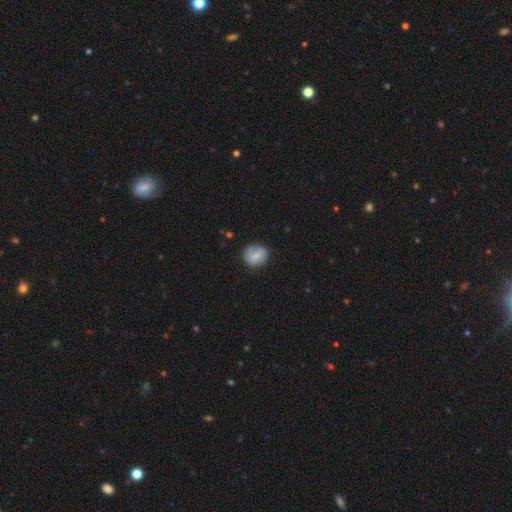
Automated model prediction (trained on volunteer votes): Overall: smooth (67%). How rounded: round (78%). Merging: none (76%).